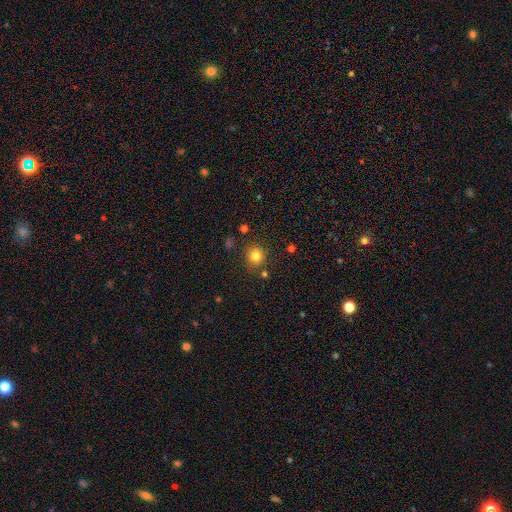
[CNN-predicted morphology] This appears to be a smooth galaxy with no disk features (81%) that is round (90%). Merging: none (84%).